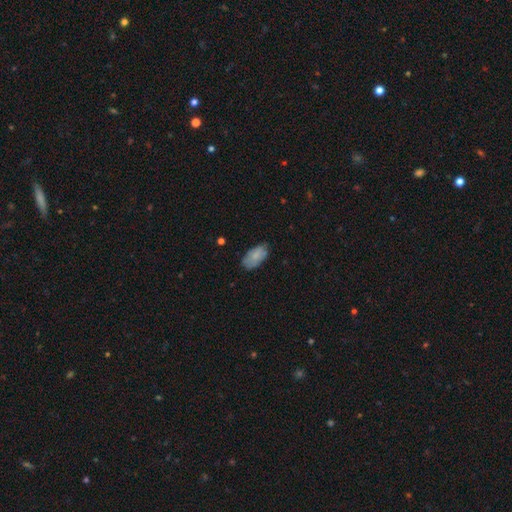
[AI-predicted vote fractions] Smooth or featured? Predicted: smooth (p=0.77). How rounded? Predicted: in between (p=0.94). Merging? Predicted: none (p=0.69).